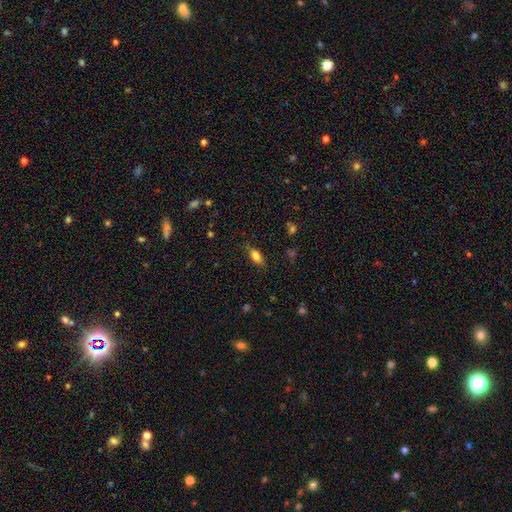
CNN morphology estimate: This is likely a smooth galaxy (78%). How rounded: clearly in between (82%). Merging: likely none (80%).